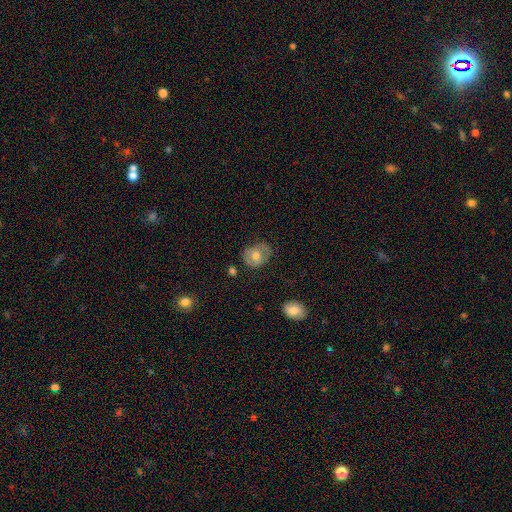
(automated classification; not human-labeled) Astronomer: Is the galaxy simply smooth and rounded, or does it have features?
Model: smooth — 60%.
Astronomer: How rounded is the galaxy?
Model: round — 51% (runner-up: in between, 48%).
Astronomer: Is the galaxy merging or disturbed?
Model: none — 70%.